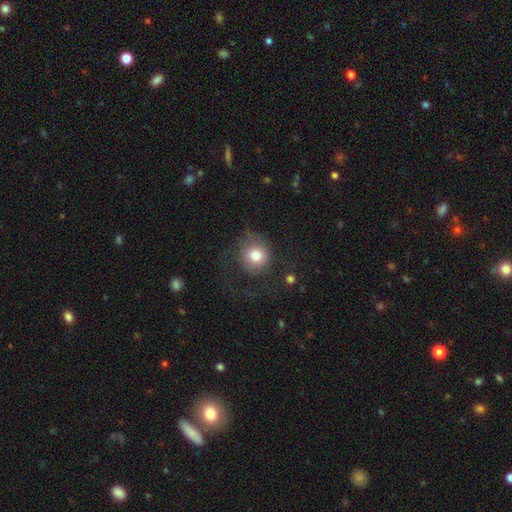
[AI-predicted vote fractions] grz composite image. It shows a smooth galaxy with no disk features (74%) that is round (89%). Merging: none (50%).